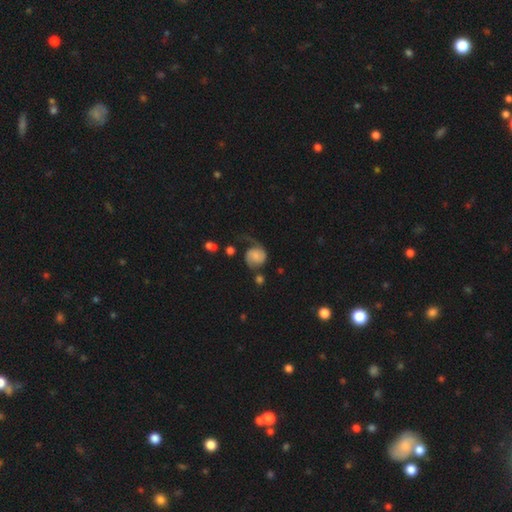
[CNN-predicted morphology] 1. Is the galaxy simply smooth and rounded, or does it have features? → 55% featured or disk, 37% smooth, 8% star or artifact.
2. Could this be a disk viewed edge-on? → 98% no, 2% yes.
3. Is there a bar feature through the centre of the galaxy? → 69% no, 26% weak, 5% strong.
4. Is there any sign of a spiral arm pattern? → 90% yes, 10% no.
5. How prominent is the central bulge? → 34% none, 33% small, 20% moderate, 9% large, 4% dominant.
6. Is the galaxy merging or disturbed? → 39% none, 30% major disturbance, 24% minor disturbance, 7% merger.